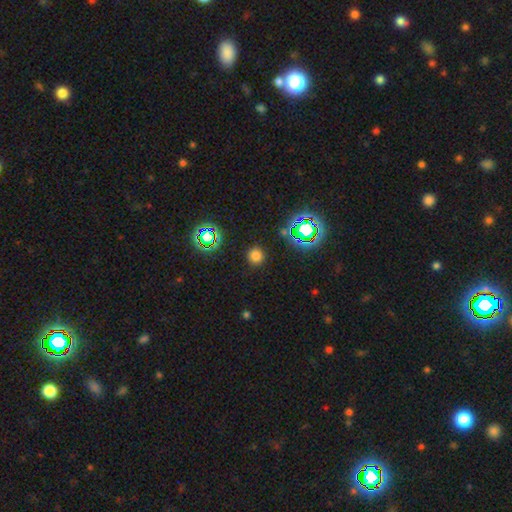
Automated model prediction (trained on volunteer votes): smooth 71%, star or artifact 23%, featured or disk 6%. Down the decision tree: how rounded — round (93%); merging — none (90%).